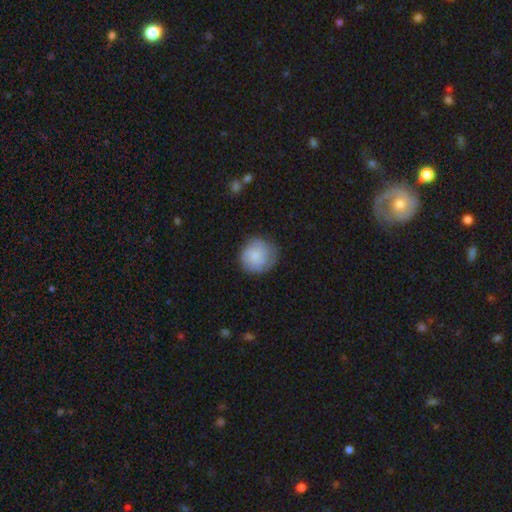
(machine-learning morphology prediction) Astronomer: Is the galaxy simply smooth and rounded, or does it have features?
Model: smooth — 65%.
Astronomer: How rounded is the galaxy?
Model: round — 89%.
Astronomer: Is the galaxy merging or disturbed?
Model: none — 75%.